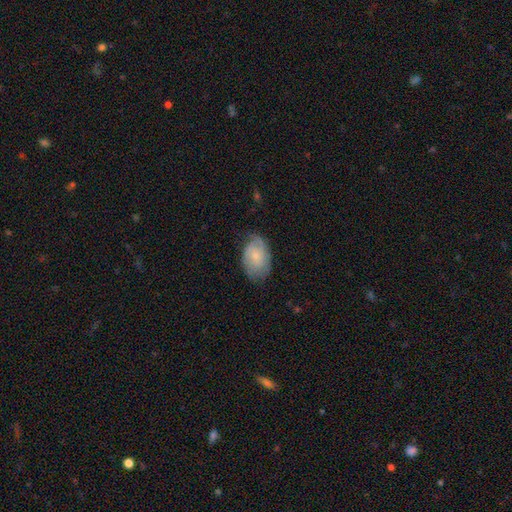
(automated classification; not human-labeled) This is possibly a featured or disk galaxy (54%). It is clearly not viewed edge-on (96%). Bar: likely no (73%). Spiral arm pattern: clearly yes (85%). Central bulge: likely small (67%). Merging: likely none (63%).